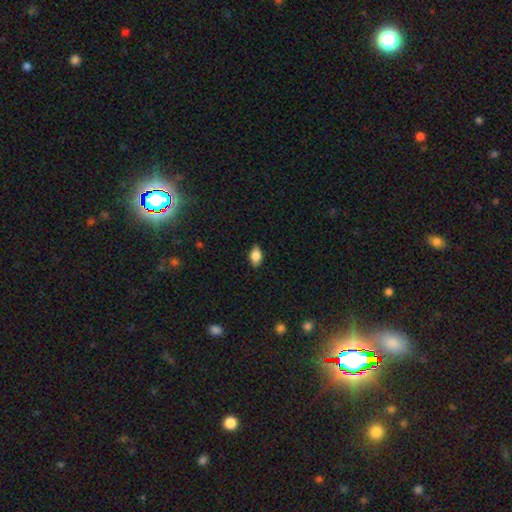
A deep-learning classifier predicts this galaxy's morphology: Q: Smooth or featured?
A: smooth (75%); runner-up: featured or disk (16%)
Q: How rounded?
A: in between (86%); runner-up: round (9%)
Q: Merging?
A: none (84%); runner-up: minor disturbance (12%)